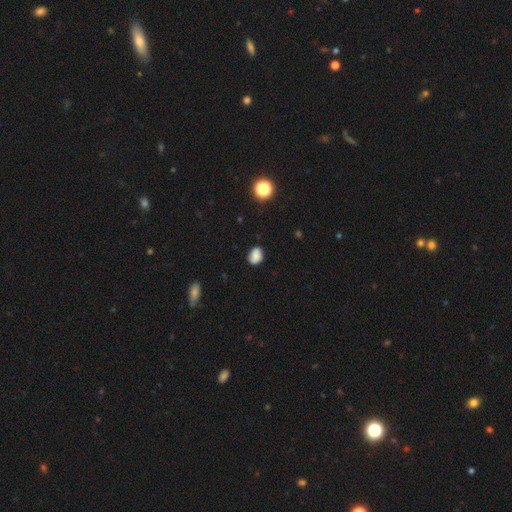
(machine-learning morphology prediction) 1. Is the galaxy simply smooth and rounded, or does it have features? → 80% smooth, 11% star or artifact, 9% featured or disk.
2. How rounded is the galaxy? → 59% in between, 40% round, 1% cigar-shaped.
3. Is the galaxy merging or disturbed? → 73% none, 20% minor disturbance, 4% major disturbance, 3% merger.